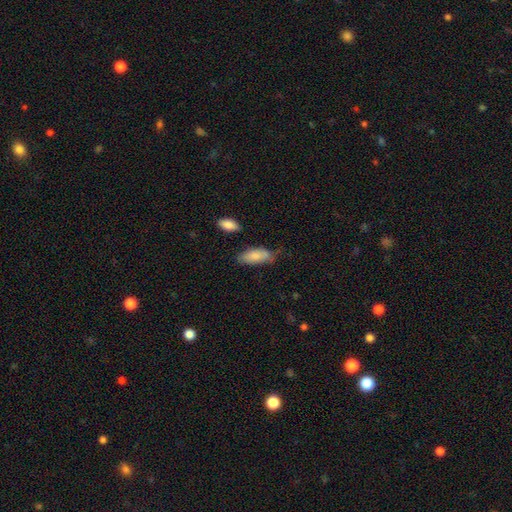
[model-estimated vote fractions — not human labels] A smooth galaxy with no disk features (83%) that is in between round and cigar-shaped (79%). Merging: none (62%).